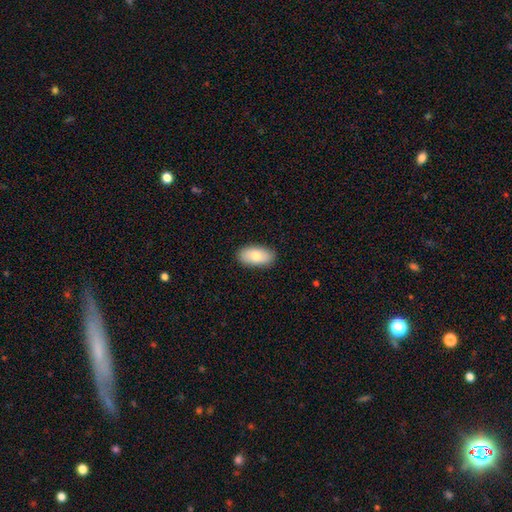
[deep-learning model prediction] smooth-or-featured: smooth: 78% | featured or disk: 16% | star or artifact: 6%
  how-rounded: in between: 94% | round: 3% | cigar-shaped: 3%
  merging: none: 87% | minor disturbance: 10% | major disturbance: 2% | merger: 1%